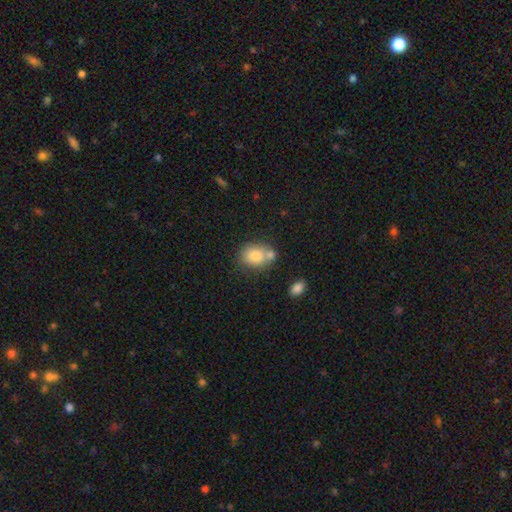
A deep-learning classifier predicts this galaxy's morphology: type=smooth (78%); roundness=in between (52%); merging=none (54%).